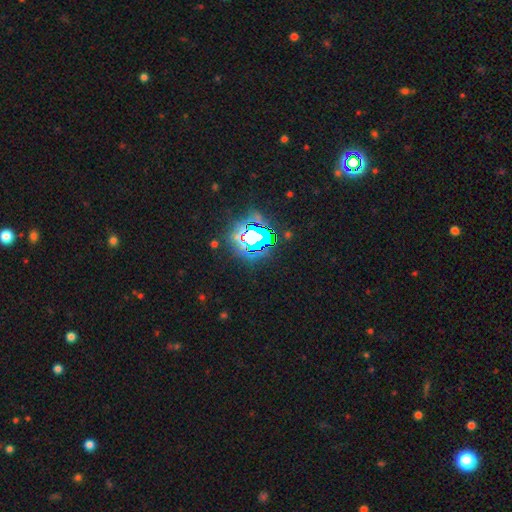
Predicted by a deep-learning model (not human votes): smooth-or-featured: star or artifact: 85% | smooth: 9% | featured or disk: 7%